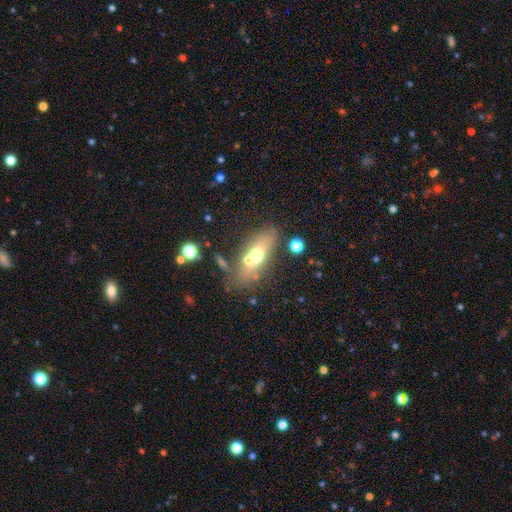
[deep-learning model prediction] smooth 57%, featured or disk 33%, star or artifact 10%. Down the decision tree: how rounded — in between (66%); merging — none (61%).